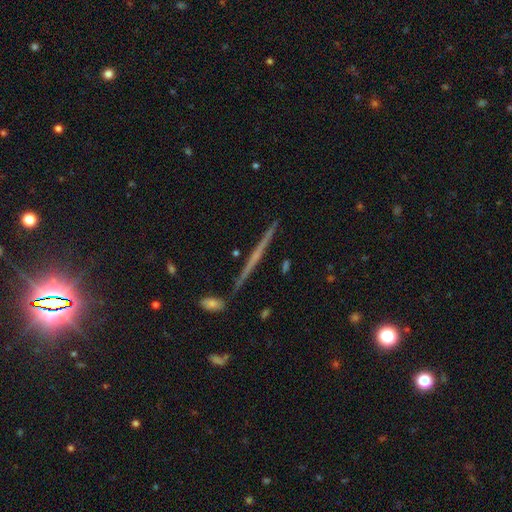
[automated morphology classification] Smooth or featured? Predicted: featured or disk (p=0.70). Edge-on disk? Predicted: yes (p=0.98). Edge-on bulge? Predicted: none (p=0.62). Merging? Predicted: none (p=0.90).